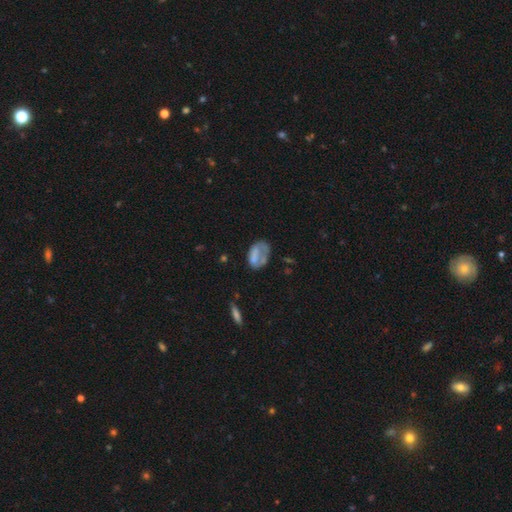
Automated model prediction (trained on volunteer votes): smooth_or_featured: smooth (p=0.57) [alt: featured or disk p=0.34]
how_rounded: in between (p=0.80) [alt: round p=0.18]
merging: none (p=0.36) [alt: major disturbance p=0.32]